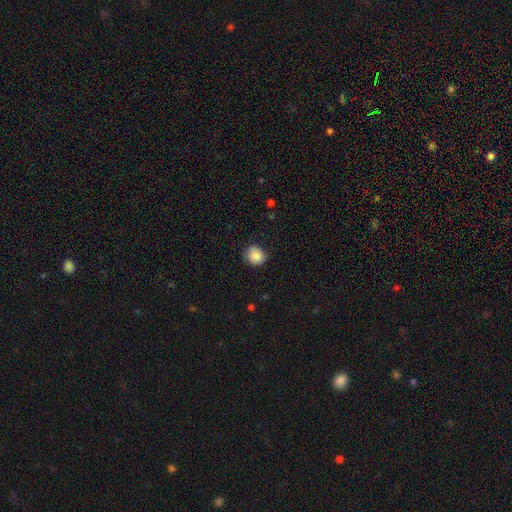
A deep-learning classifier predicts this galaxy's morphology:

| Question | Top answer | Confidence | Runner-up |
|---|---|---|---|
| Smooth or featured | smooth | 88% | star or artifact (8%) |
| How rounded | round | 83% | in between (16%) |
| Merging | none | 82% | minor disturbance (14%) |